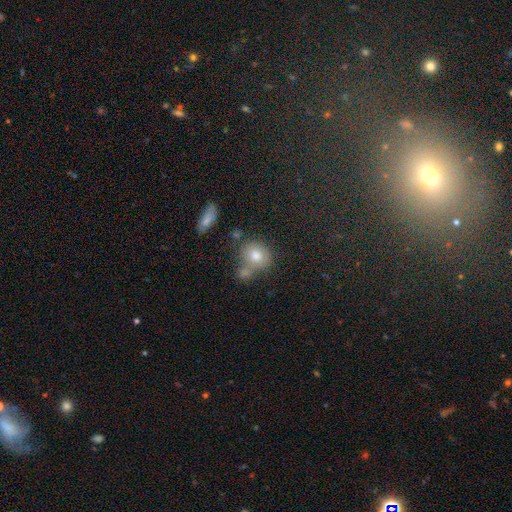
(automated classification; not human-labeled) Smooth or featured? Predicted: smooth (p=0.76). How rounded? Predicted: round (p=0.72). Merging? Predicted: none (p=0.48).